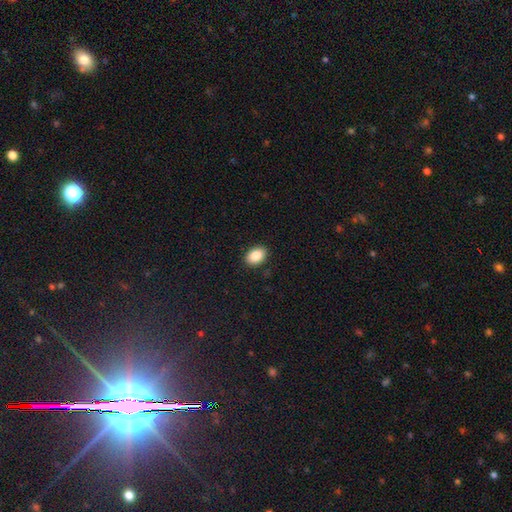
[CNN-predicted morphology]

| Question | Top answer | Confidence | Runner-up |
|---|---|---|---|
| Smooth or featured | smooth | 87% | star or artifact (8%) |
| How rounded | in between | 80% | round (19%) |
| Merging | none | 90% | minor disturbance (7%) |